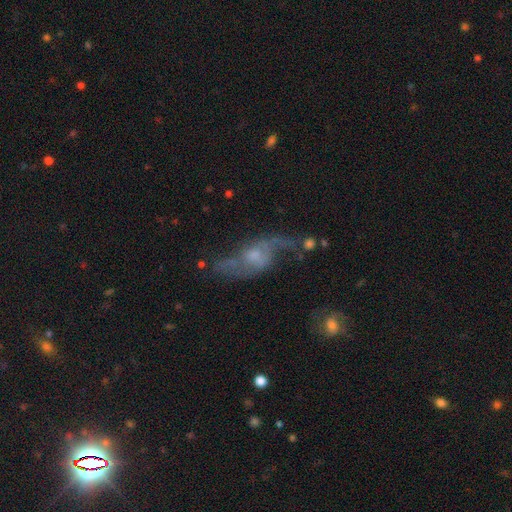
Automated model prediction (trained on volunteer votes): Morphology: type=featured or disk (72%); edge-on=no (86%); bar=no (60%); spiral arms=yes (78%); bulge=small (40%, tied with moderate); merging=none (44%).